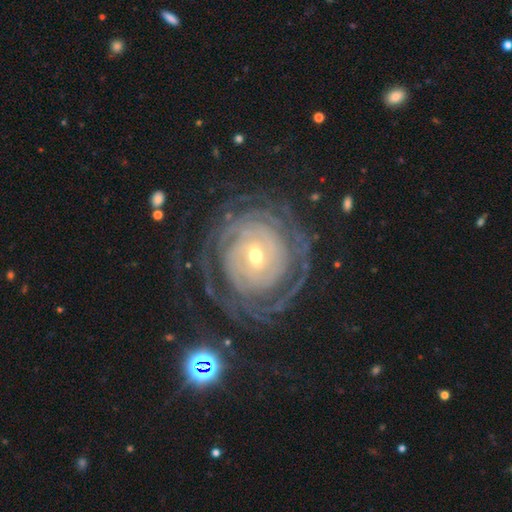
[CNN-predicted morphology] Smooth or featured? featured or disk (89%)
Edge-on disk? no (97%)
Bar? weak (44%)
Spiral arms? yes (97%)
Spiral winding? tight (83%)
Spiral arm count? can't tell (33%)
Bulge size? small (57%)
Merging? none (76%)